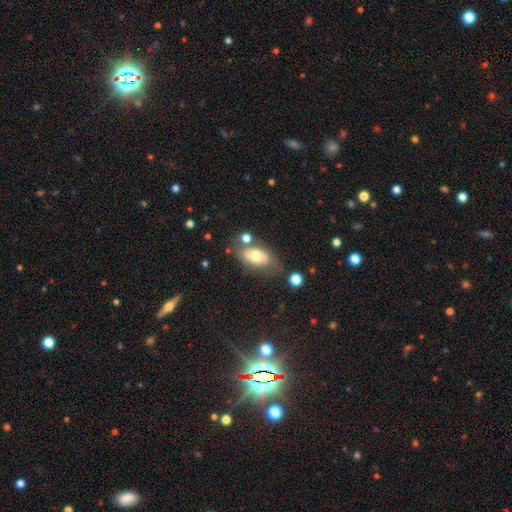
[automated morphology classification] Smooth or featured: smooth — 65% (featured or disk — 27%)
How rounded: in between — 89% (round — 8%)
Merging: none — 58% (minor disturbance — 21%)